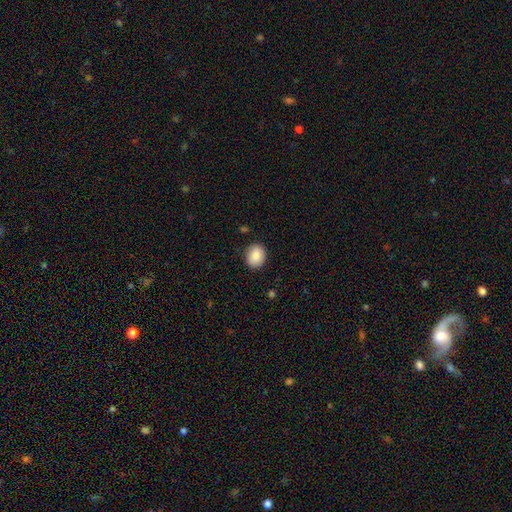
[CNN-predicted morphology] A smooth galaxy with no disk features (86%) that is round (59%).

Vote fractions:
- Smooth or featured? smooth: 86% / star or artifact: 8% / featured or disk: 6%
- How rounded? round: 59% / in between: 40% / cigar-shaped: 1%
- Merging? none: 88% / minor disturbance: 9% / major disturbance: 2% / merger: 1%